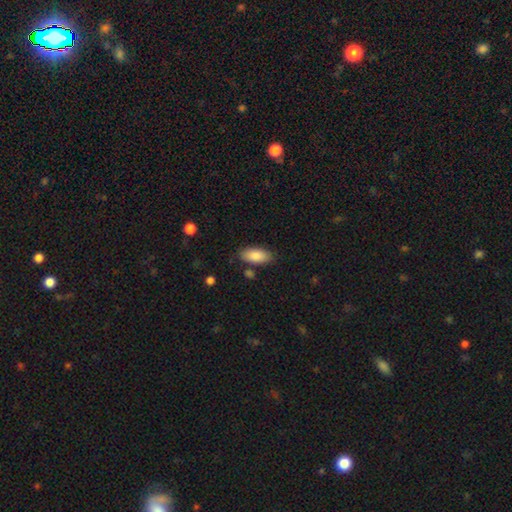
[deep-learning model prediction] A smooth galaxy with no disk features (87%) that is in between round and cigar-shaped (88%).

Vote fractions:
- Smooth or featured? smooth: 87% / featured or disk: 7% / star or artifact: 6%
- How rounded? in between: 88% / cigar-shaped: 10% / round: 2%
- Merging? none: 81% / minor disturbance: 12% / merger: 4% / major disturbance: 3%